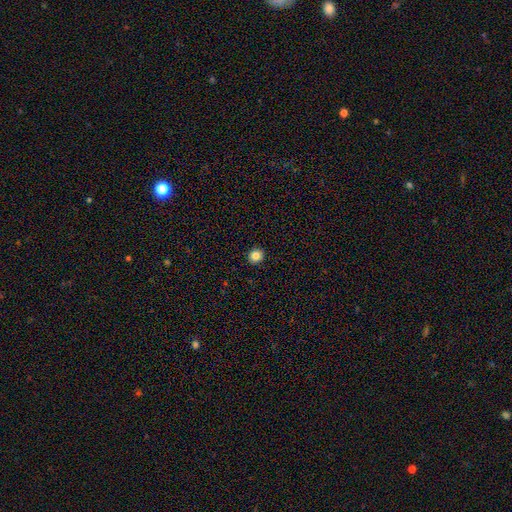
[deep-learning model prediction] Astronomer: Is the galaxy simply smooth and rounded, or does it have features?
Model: smooth — 84%.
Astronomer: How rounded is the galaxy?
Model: round — 90%.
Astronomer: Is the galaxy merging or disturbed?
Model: none — 93%.